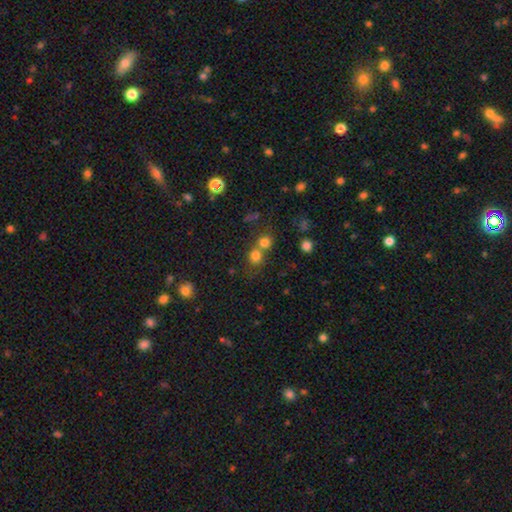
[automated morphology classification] type=smooth (76%); roundness=round (85%); merging=none (47%).